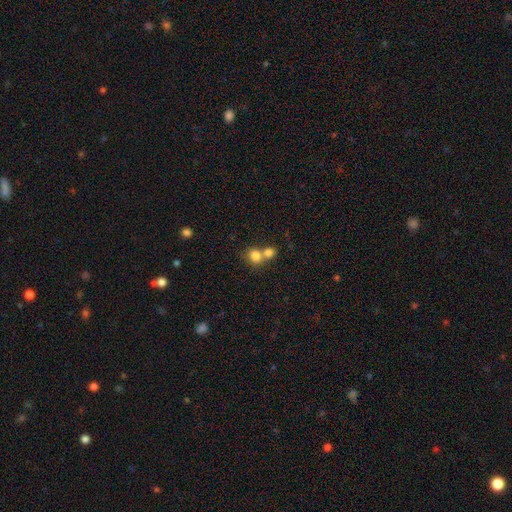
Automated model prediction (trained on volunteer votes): smooth 80%, star or artifact 10%, featured or disk 10%. Down the decision tree: how rounded — round (70%); merging — merger (59%).